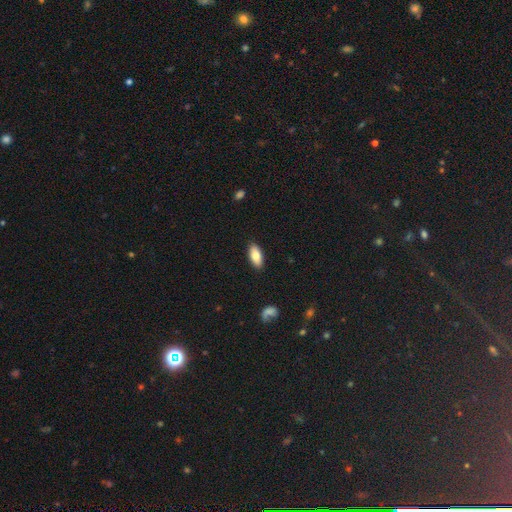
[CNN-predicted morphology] A smooth galaxy with no disk features (80%) that is in between round and cigar-shaped (88%). Merging: none (89%).